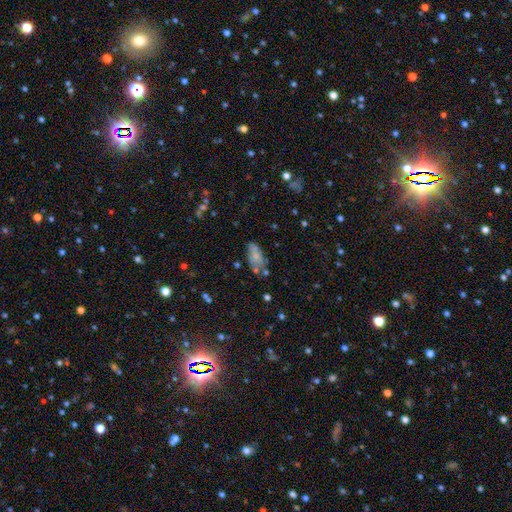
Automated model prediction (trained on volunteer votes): The model was most divided on "merging": none: 51%, minor disturbance: 25%, merger: 13%, major disturbance: 11%. More confident: how rounded — in between (85%); smooth or featured — smooth (67%).